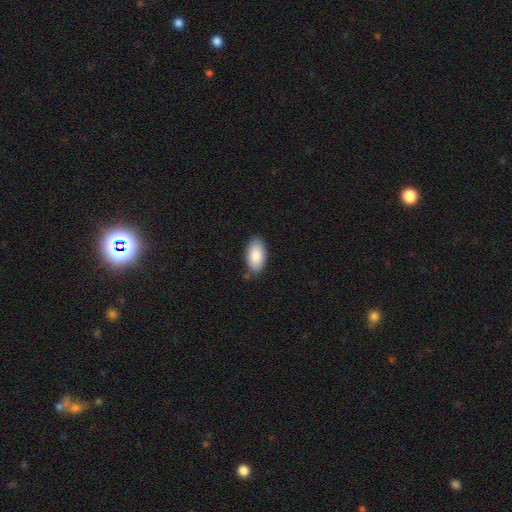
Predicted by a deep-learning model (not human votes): Smooth or featured: smooth — 88% (featured or disk — 7%)
How rounded: in between — 95% (cigar-shaped — 3%)
Merging: none — 79% (minor disturbance — 16%)